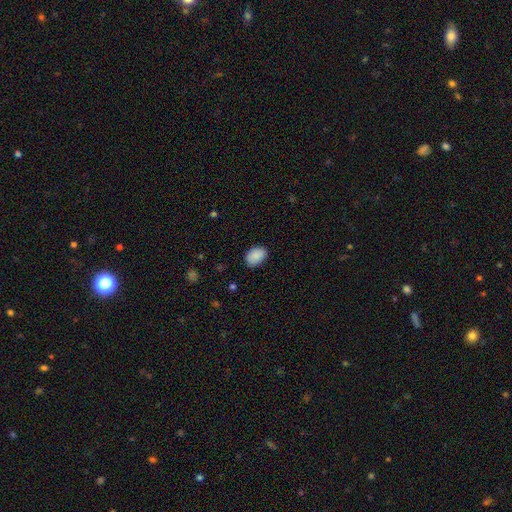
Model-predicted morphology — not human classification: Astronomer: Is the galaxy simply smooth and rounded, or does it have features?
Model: smooth — 90%.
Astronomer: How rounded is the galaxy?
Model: in between — 84%.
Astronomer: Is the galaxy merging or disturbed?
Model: none — 85%.